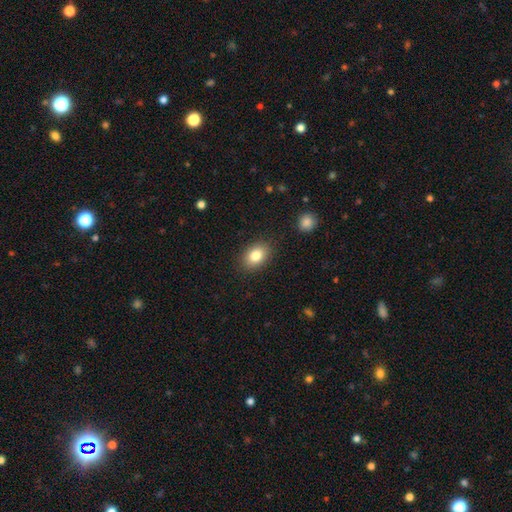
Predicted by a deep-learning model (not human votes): A smooth galaxy with no disk features (83%) that is in between round and cigar-shaped (76%). Merging: none (87%).